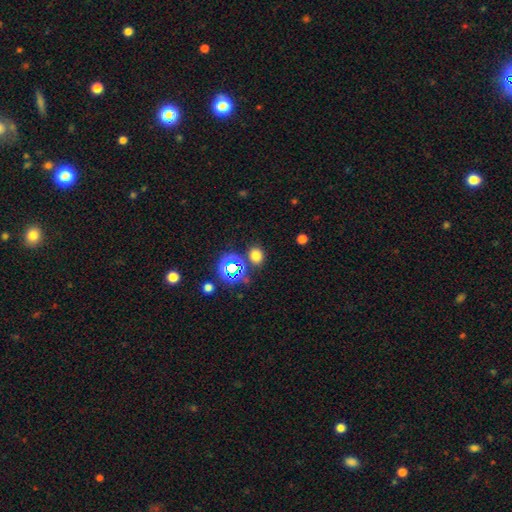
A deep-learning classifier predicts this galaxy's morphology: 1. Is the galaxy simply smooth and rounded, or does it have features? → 69% smooth, 25% star or artifact, 5% featured or disk.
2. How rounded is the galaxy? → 61% round, 38% in between, 1% cigar-shaped.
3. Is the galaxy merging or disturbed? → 79% none, 11% minor disturbance, 7% merger, 4% major disturbance.